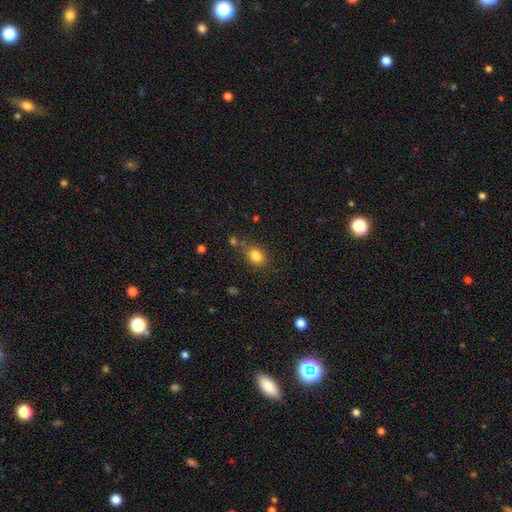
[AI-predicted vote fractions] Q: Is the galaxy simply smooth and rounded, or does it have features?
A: smooth — 83%.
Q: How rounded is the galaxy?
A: in between — 60%.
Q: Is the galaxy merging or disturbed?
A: none — 72%.